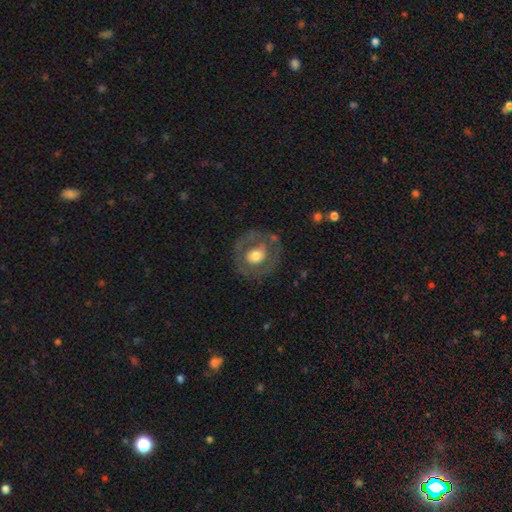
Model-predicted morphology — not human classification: smooth-or-featured: smooth: 47% | featured or disk: 46% | star or artifact: 7%
  merging: none: 73% | minor disturbance: 16% | major disturbance: 10% | merger: 2%